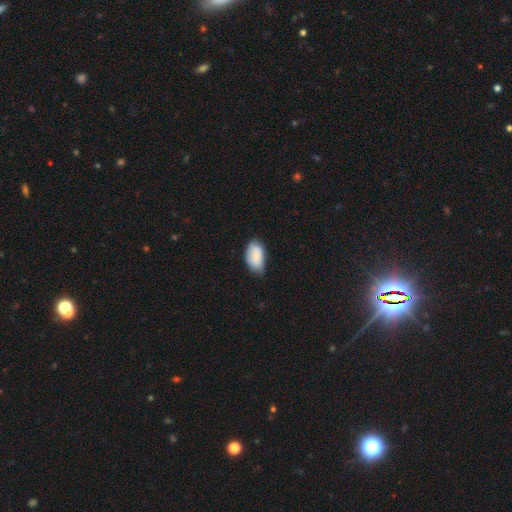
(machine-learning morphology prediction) This is clearly a smooth galaxy (82%). How rounded: clearly in between (94%). Merging: possibly none (55%).